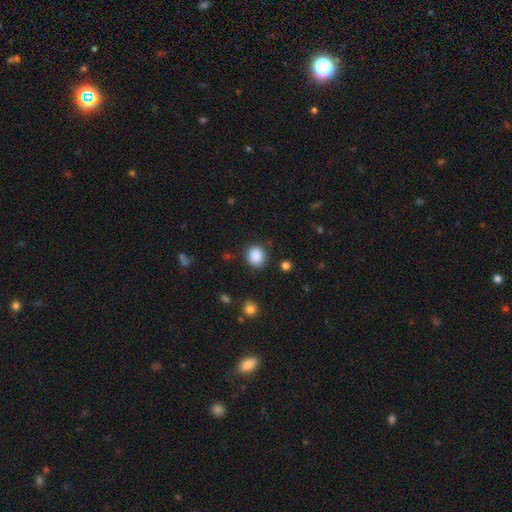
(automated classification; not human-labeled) Smooth or featured: smooth — 88% (star or artifact — 9%)
How rounded: round — 76% (in between — 23%)
Merging: none — 85% (minor disturbance — 10%)